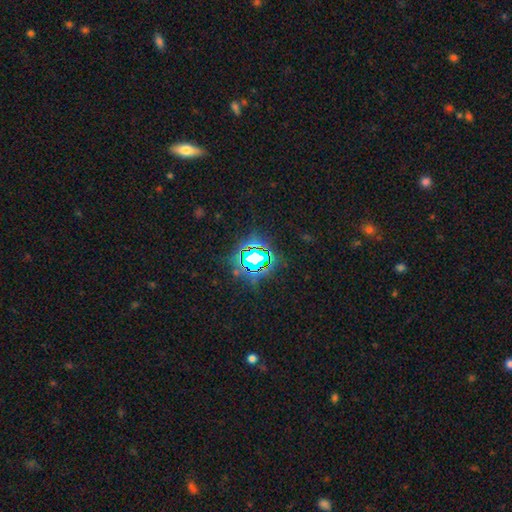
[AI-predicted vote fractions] star or artifact 76%, smooth 14%, featured or disk 10%.